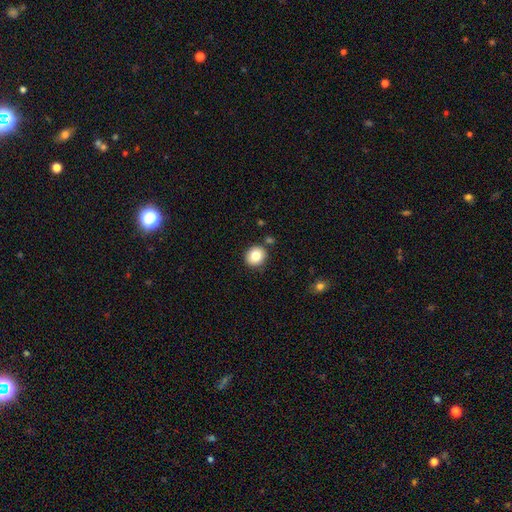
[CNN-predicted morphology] Overall: smooth (81%). How rounded: round (84%). Merging: none (85%).